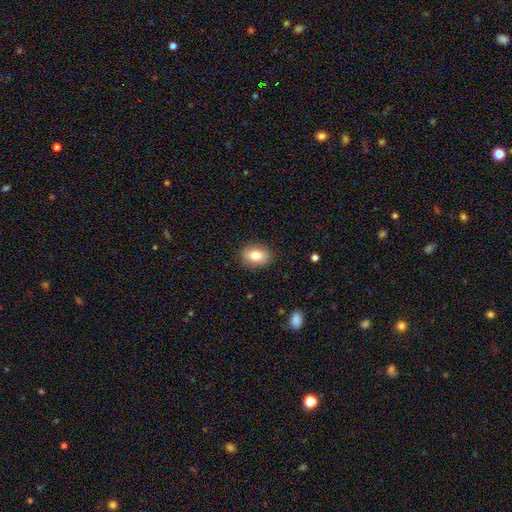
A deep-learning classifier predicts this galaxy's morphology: Smooth or featured? smooth (81%)
How rounded? in between (74%)
Merging? none (88%)